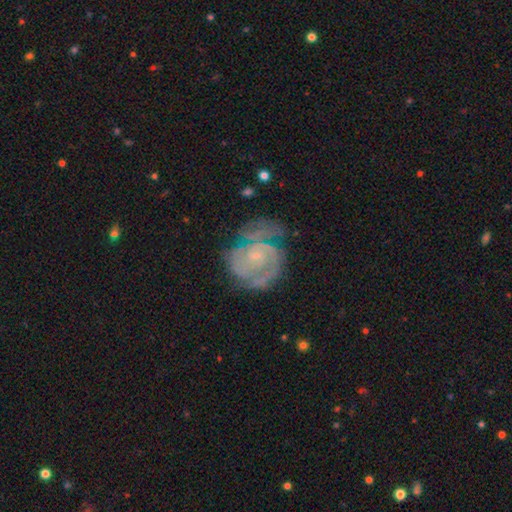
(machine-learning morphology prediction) Smooth or featured: featured or disk — 83% (smooth — 9%)
Edge-on disk: no — 98% (yes — 2%)
Bar: no — 69% (weak — 26%)
Spiral arms: yes — 94% (no — 6%)
Spiral winding: tight — 65% (medium — 29%)
Spiral arm count: 2 — 37% (can't tell — 25%)
Bulge size: small — 75% (moderate — 17%)
Merging: none — 61% (minor disturbance — 22%)